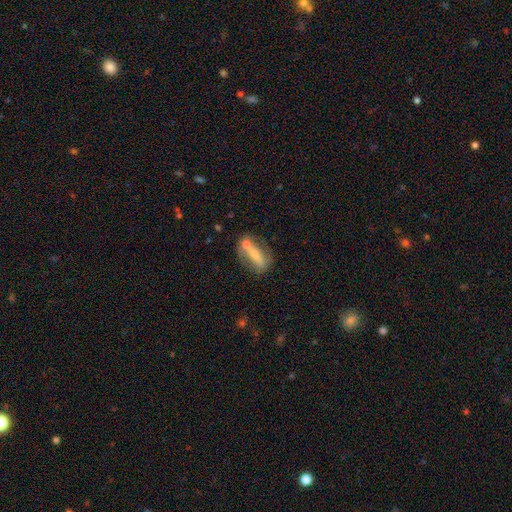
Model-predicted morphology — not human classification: smooth_or_featured: smooth (p=0.52) [alt: featured or disk p=0.40]
how_rounded: in between (p=0.61) [alt: cigar-shaped p=0.32]
merging: none (p=0.43) [alt: merger p=0.28]